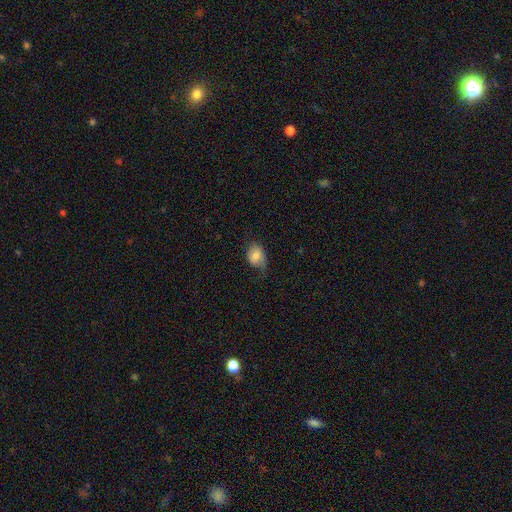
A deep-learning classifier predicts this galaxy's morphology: smooth-or-featured: smooth: 77% | featured or disk: 16% | star or artifact: 8%
  how-rounded: in between: 67% | round: 32% | cigar-shaped: 1%
  merging: none: 45% | minor disturbance: 37% | major disturbance: 17% | merger: 1%